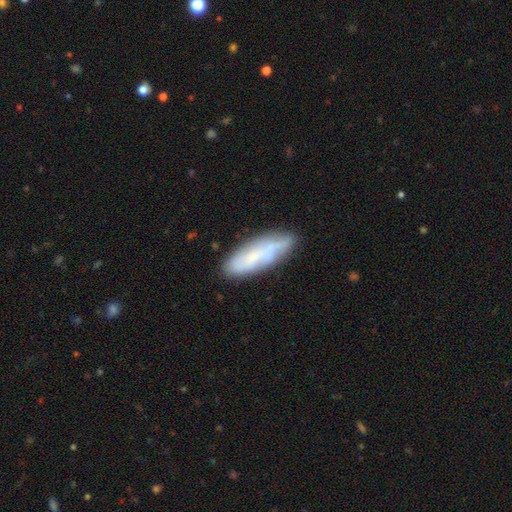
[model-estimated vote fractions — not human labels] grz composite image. It shows a smooth galaxy with no disk features (55%) that is in between round and cigar-shaped (51%). Merging: none (71%).